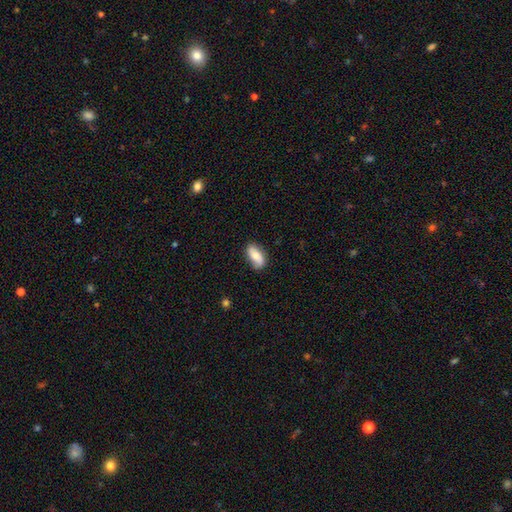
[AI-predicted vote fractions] smooth 61%, featured or disk 33%, star or artifact 6%. Down the decision tree: how rounded — in between (87%); merging — none (79%).